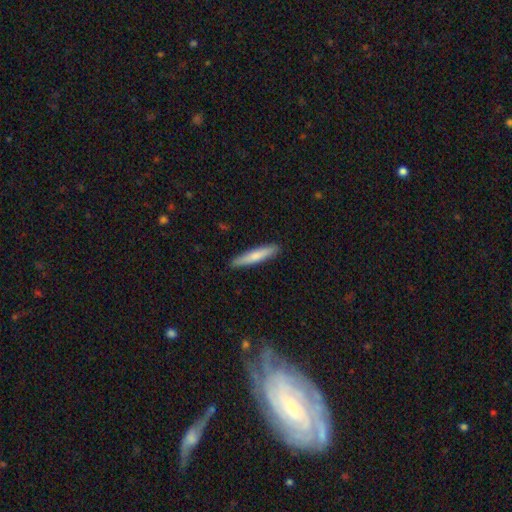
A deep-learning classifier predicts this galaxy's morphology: A smooth galaxy with no disk features (72%) that is cigar-shaped (91%). Merging: none (90%).